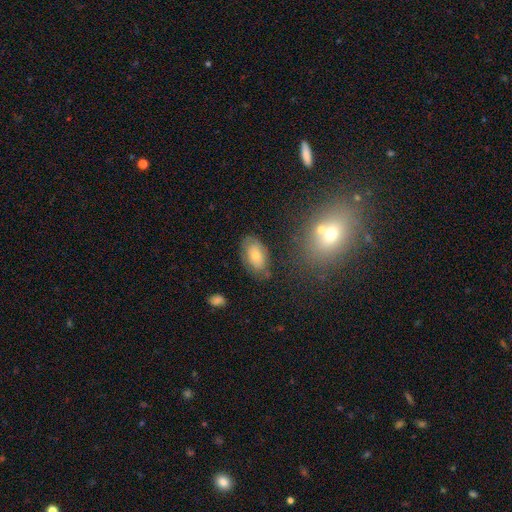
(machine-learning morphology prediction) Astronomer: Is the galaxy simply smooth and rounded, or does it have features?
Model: smooth — 67%.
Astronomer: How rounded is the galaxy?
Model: in between — 93%.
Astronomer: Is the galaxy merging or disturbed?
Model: none — 69%.